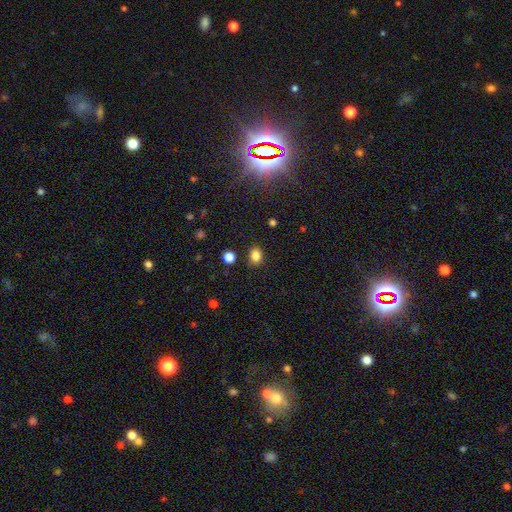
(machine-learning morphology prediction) This appears to be a smooth galaxy with no disk features (84%) that is in between round and cigar-shaped (52%). Merging: none (83%).